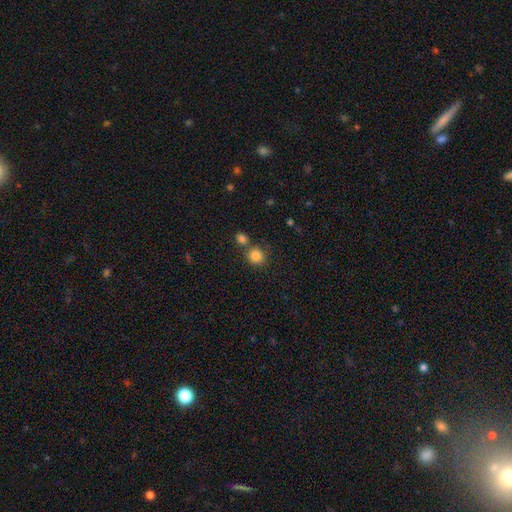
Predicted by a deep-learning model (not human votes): Smooth or featured? smooth (84%)
How rounded? round (88%)
Merging? none (65%)